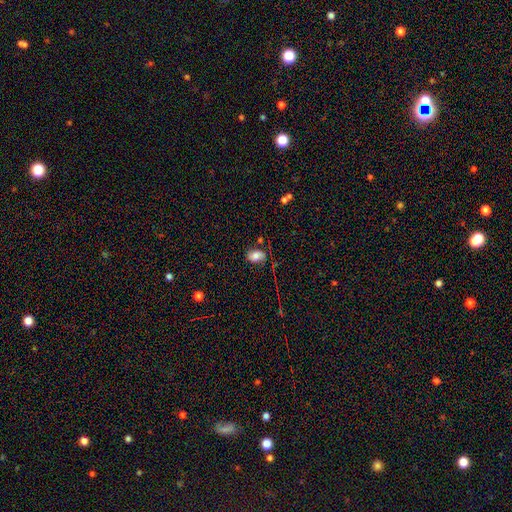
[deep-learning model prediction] smooth-or-featured: smooth: 70% | featured or disk: 20% | star or artifact: 10%
  how-rounded: in between: 80% | round: 19% | cigar-shaped: 1%
  merging: none: 61% | minor disturbance: 25% | major disturbance: 10% | merger: 4%